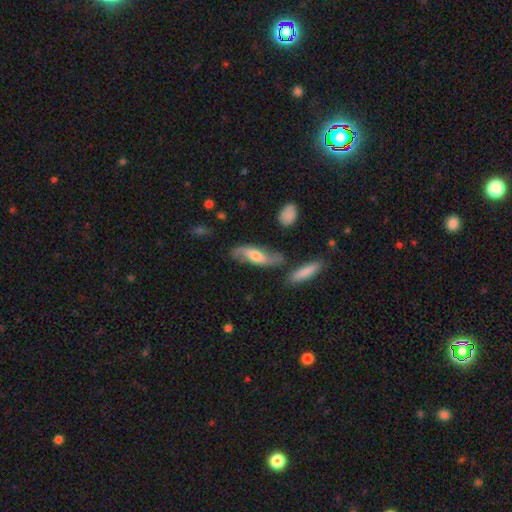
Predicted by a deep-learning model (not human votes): featured or disk 59%, smooth 34%, star or artifact 7%. Down the decision tree: edge-on disk — no (76%); merging — none (65%).